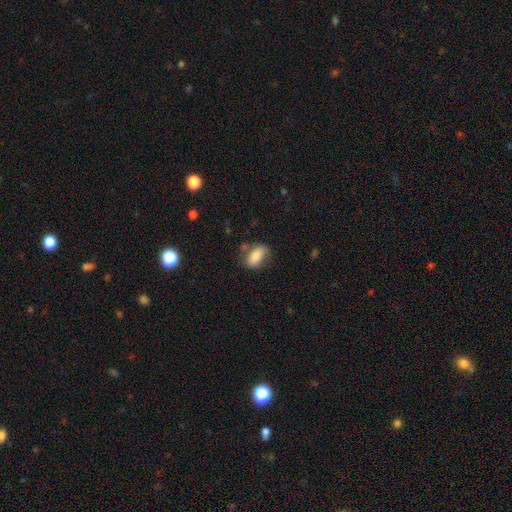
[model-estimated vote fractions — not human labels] A smooth galaxy with no disk features (78%) that is in between round and cigar-shaped (90%). Merging: none (61%).